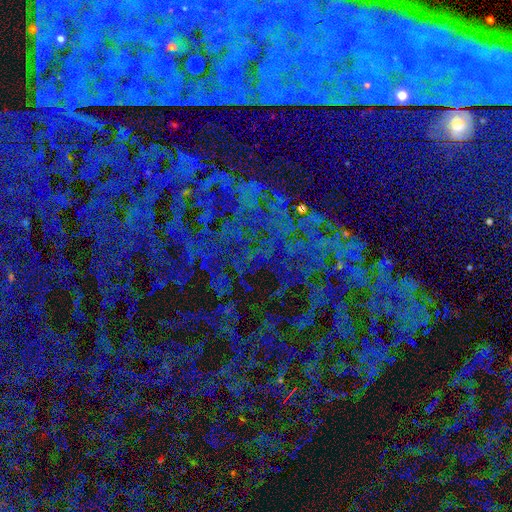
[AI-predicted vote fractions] This appears to be a star or artifact, not a galaxy (83%).